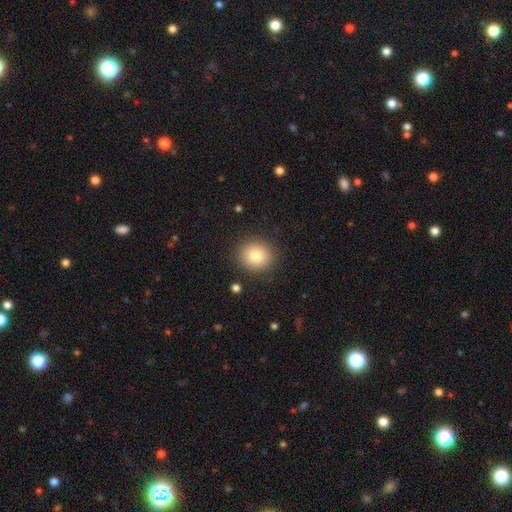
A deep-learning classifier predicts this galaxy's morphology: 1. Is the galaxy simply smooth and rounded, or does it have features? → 83% smooth, 10% star or artifact, 8% featured or disk.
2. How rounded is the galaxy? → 84% round, 15% in between, 1% cigar-shaped.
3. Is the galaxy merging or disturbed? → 89% none, 7% minor disturbance, 3% major disturbance, 1% merger.